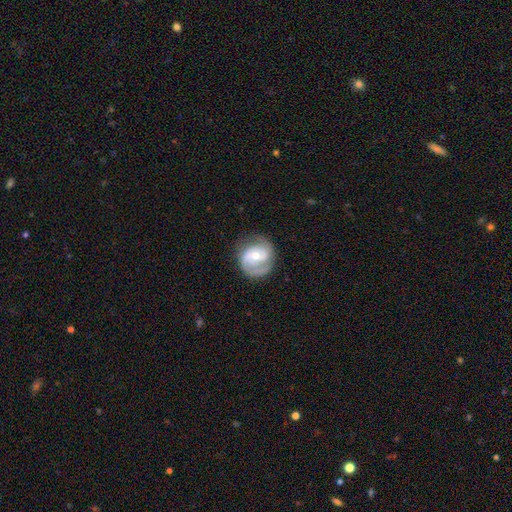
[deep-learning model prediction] Smooth or featured: featured or disk — 82% (smooth — 13%)
Edge-on disk: no — 98% (yes — 2%)
Bar: no — 47% (weak — 39%)
Spiral arms: yes — 94% (no — 6%)
Spiral winding: tight — 44% (medium — 43%)
Spiral arm count: 2 — 71% (1 — 12%)
Bulge size: moderate — 61% (small — 34%)
Merging: none — 73% (minor disturbance — 18%)